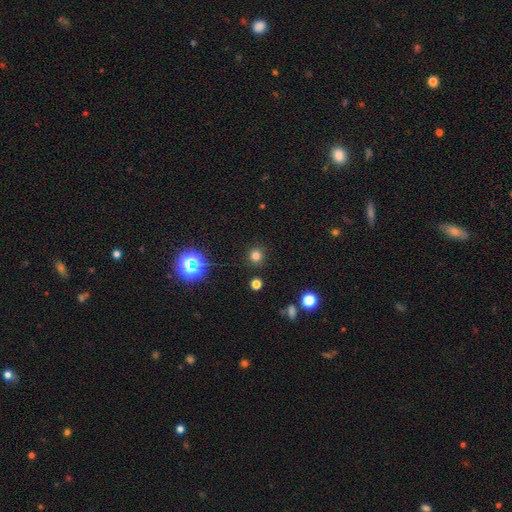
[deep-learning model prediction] Overall: smooth (75%). How rounded: round (93%). Merging: none (90%).